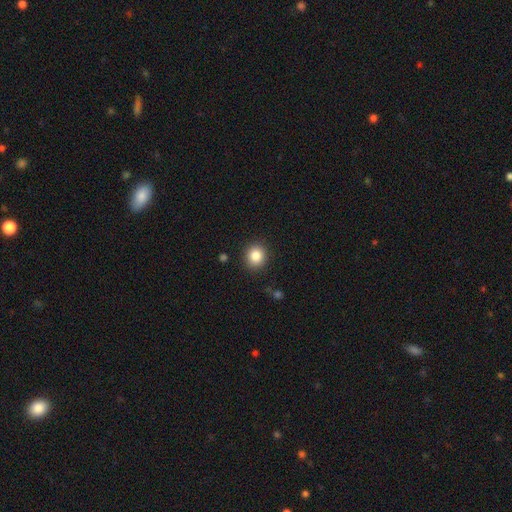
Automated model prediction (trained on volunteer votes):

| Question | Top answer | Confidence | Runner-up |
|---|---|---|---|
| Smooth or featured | smooth | 84% | star or artifact (10%) |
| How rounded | round | 83% | in between (16%) |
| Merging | none | 90% | minor disturbance (7%) |